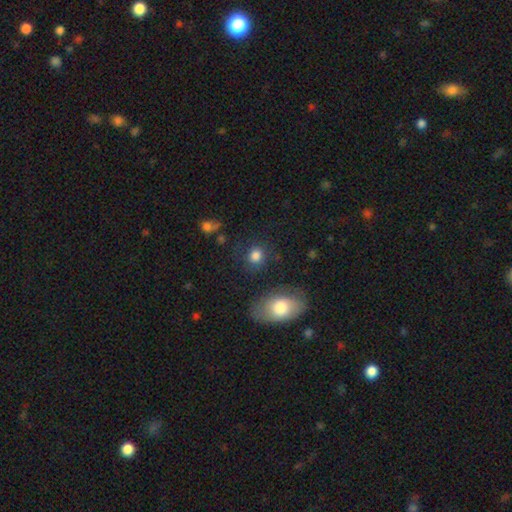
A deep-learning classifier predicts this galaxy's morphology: Smooth or featured? Predicted: smooth (p=0.82). How rounded? Predicted: round (p=0.81). Merging? Predicted: none (p=0.81).